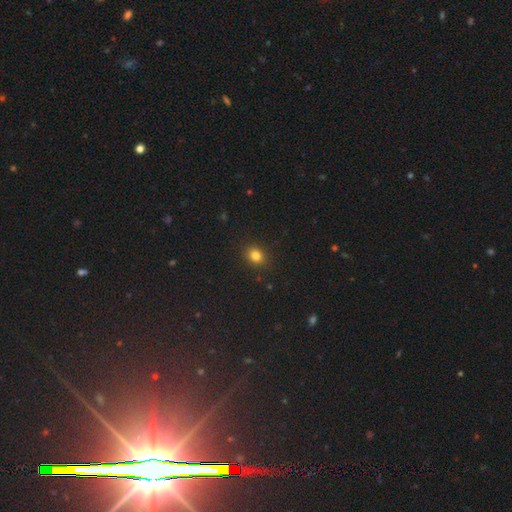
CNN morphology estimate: Smooth or featured? Predicted: smooth (p=0.82). How rounded? Predicted: round (p=0.54). Merging? Predicted: none (p=0.89).